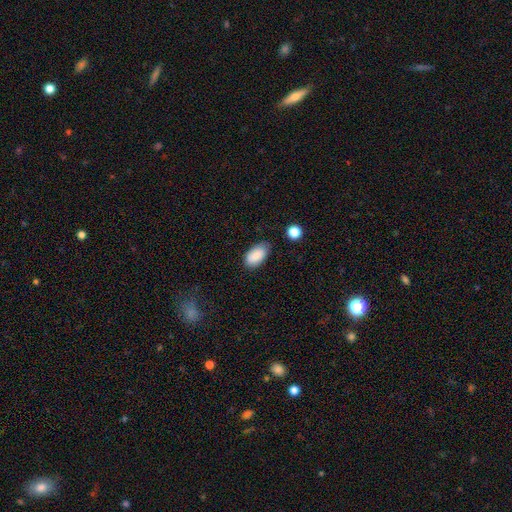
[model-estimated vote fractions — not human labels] Overall: smooth (87%). How rounded: in between (95%). Merging: none (71%).